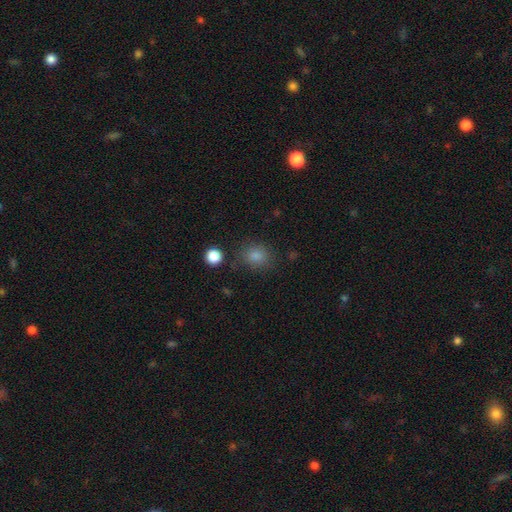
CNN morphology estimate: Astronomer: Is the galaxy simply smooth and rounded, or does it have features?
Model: smooth — 80%.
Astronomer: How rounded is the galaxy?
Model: round — 72%.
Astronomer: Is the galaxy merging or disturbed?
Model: none — 82%.